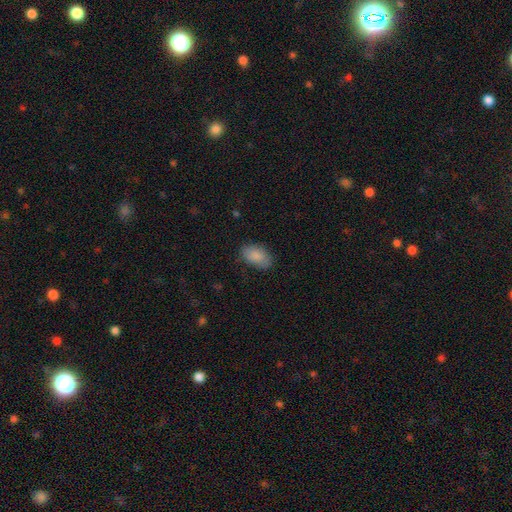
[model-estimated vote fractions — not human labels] The model was most divided on "merging": none: 78%, minor disturbance: 17%, major disturbance: 4%, merger: 1%. More confident: how rounded — in between (93%); smooth or featured — smooth (87%).